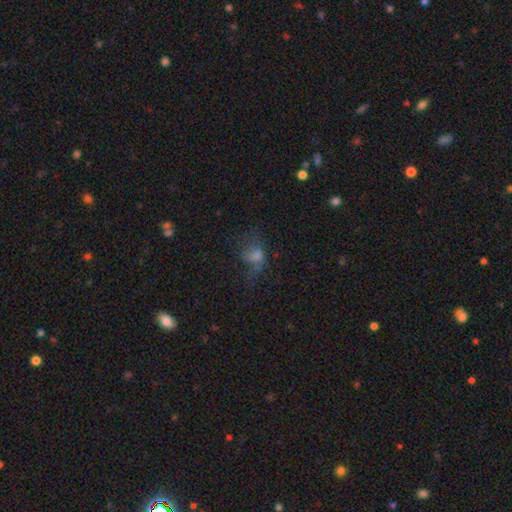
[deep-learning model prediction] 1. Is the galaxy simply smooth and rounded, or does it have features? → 45% smooth, 30% featured or disk, 25% star or artifact.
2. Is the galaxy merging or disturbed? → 39% none, 36% major disturbance, 21% minor disturbance, 4% merger.